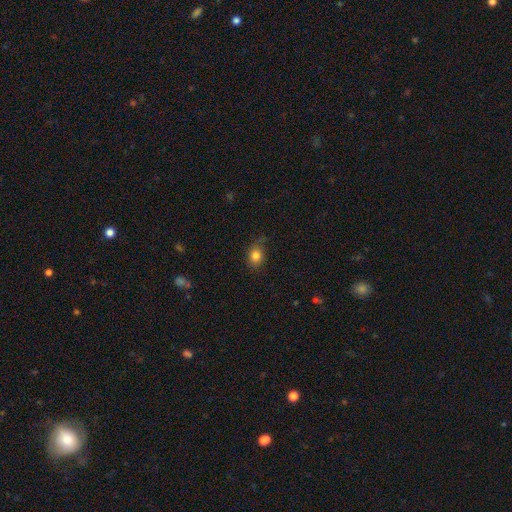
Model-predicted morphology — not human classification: Overall: smooth (80%). How rounded: round (54%; in between 45%). Merging: none (66%).